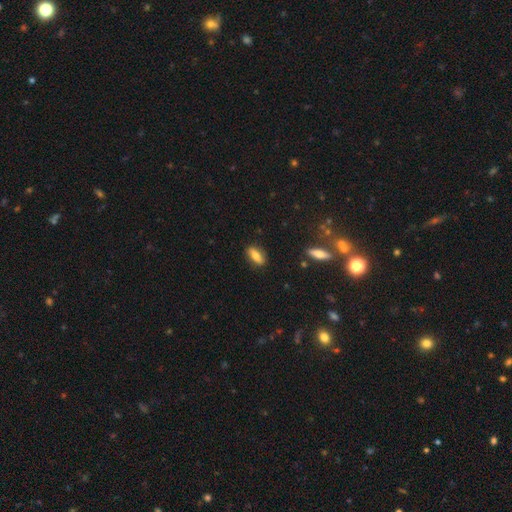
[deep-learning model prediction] A smooth galaxy with no disk features (71%) that is in between round and cigar-shaped (71%).

Vote fractions:
- Smooth or featured? smooth: 71% / featured or disk: 22% / star or artifact: 7%
- How rounded? in between: 71% / cigar-shaped: 26% / round: 4%
- Merging? none: 85% / minor disturbance: 12% / major disturbance: 2% / merger: 2%